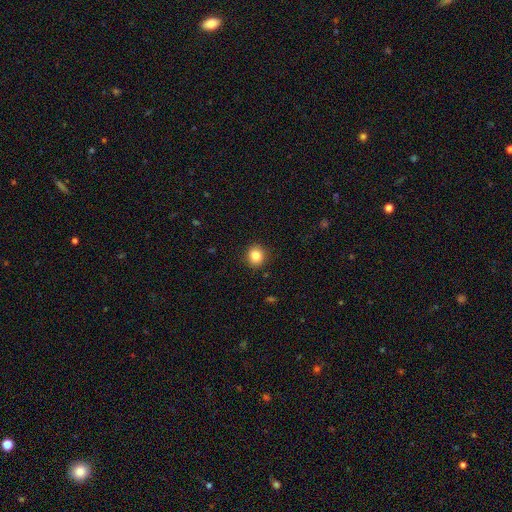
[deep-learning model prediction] Morphology: type=smooth (84%); roundness=round (86%); merging=none (91%).